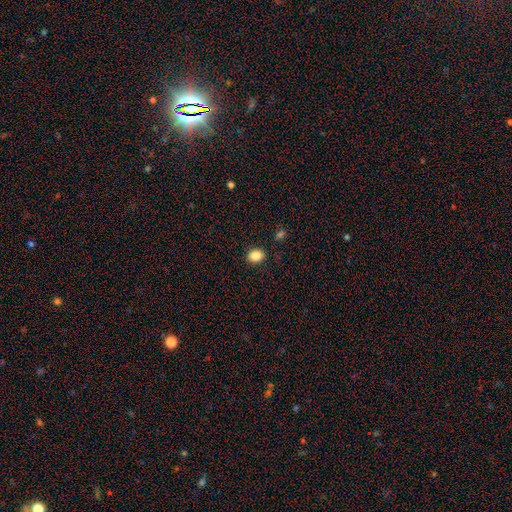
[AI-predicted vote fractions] The model was most divided on "how rounded": in between: 55%, round: 44%, cigar-shaped: 1%. More confident: merging — none (88%); smooth or featured — smooth (86%).